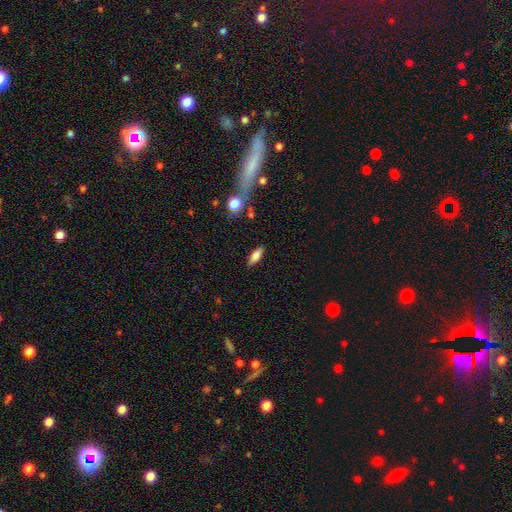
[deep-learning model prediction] smooth_or_featured: smooth (p=0.75) [alt: featured or disk p=0.17]
how_rounded: in between (p=0.75) [alt: cigar-shaped p=0.22]
merging: none (p=0.86) [alt: minor disturbance p=0.10]